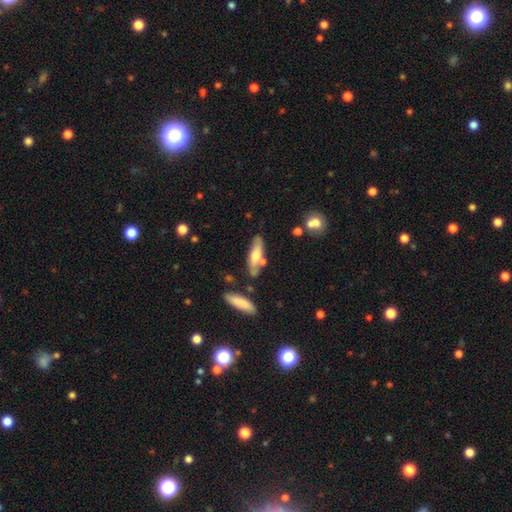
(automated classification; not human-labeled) Smooth or featured? smooth (54%)
How rounded? in between (49%)
Merging? none (64%)